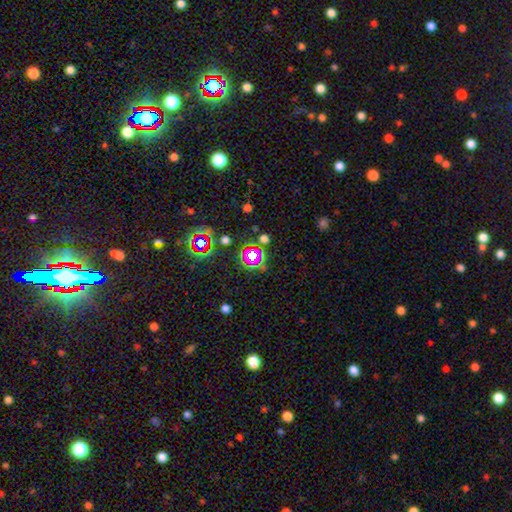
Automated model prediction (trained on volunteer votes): A star or artifact, not a galaxy (58%).

Vote fractions:
- Smooth or featured? star or artifact: 58% / smooth: 30% / featured or disk: 12%